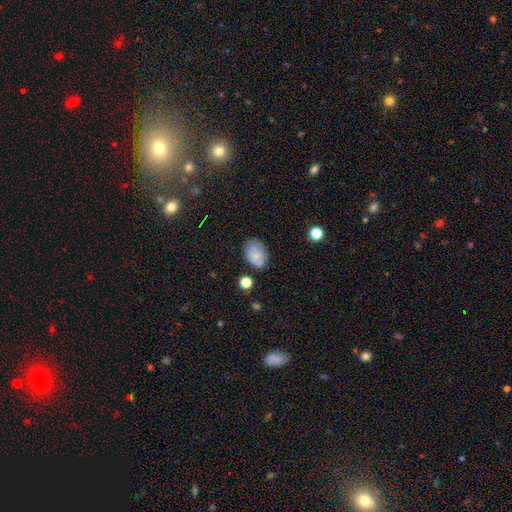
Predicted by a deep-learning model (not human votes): smooth_or_featured: smooth (p=0.69) [alt: featured or disk p=0.21]
how_rounded: in between (p=0.79) [alt: round p=0.20]
merging: none (p=0.71) [alt: minor disturbance p=0.20]